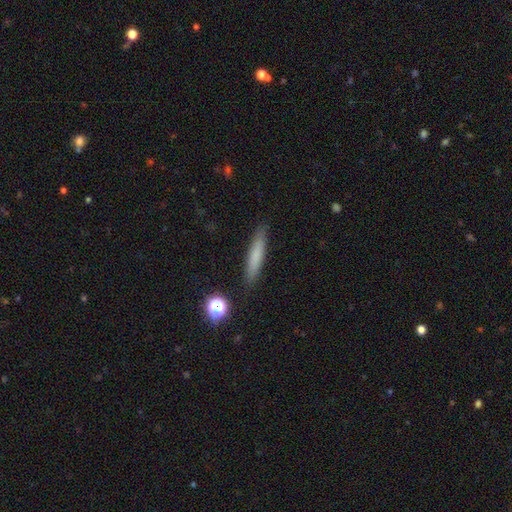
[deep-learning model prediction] Morphology: type=smooth (73%); roundness=cigar-shaped (90%); merging=none (88%).